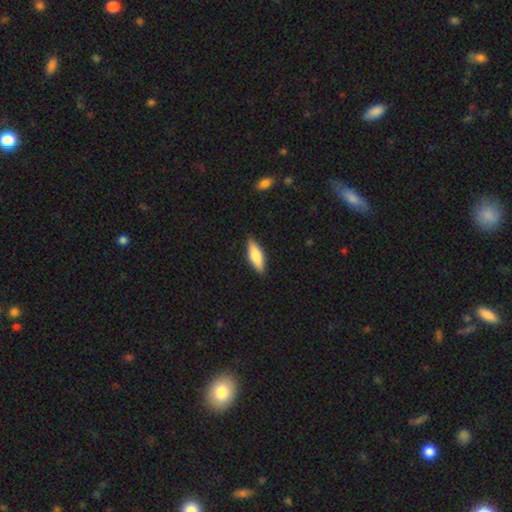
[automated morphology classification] type=smooth (72%); roundness=in between (61%); merging=none (88%).